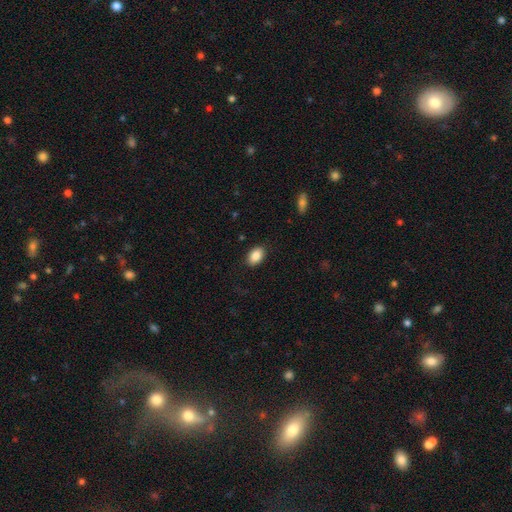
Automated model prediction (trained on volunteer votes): Smooth or featured? Predicted: smooth (p=0.88). How rounded? Predicted: in between (p=0.86). Merging? Predicted: none (p=0.88).